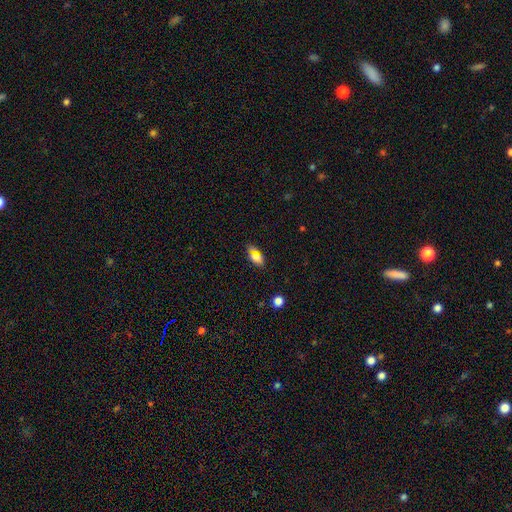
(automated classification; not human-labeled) A smooth galaxy with no disk features (73%) that is in between round and cigar-shaped (86%).

Vote fractions:
- Smooth or featured? smooth: 73% / star or artifact: 14% / featured or disk: 13%
- How rounded? in between: 86% / round: 8% / cigar-shaped: 6%
- Merging? none: 74% / minor disturbance: 14% / merger: 9% / major disturbance: 4%